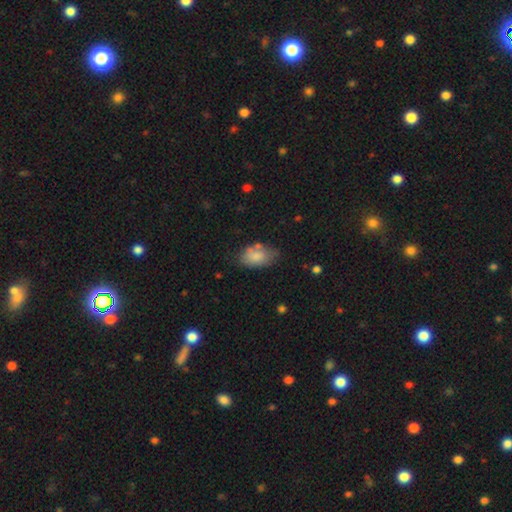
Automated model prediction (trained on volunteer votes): Q: Smooth or featured?
A: smooth (80%); runner-up: featured or disk (13%)
Q: How rounded?
A: in between (91%); runner-up: round (7%)
Q: Merging?
A: none (58%); runner-up: minor disturbance (27%)